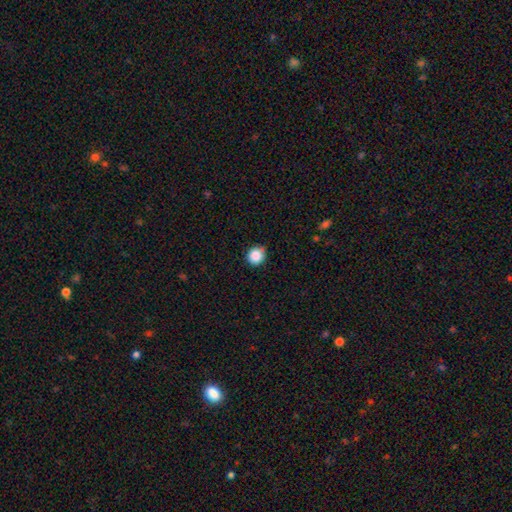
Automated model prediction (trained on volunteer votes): A smooth galaxy with no disk features (87%) that is round (91%). Merging: none (78%).